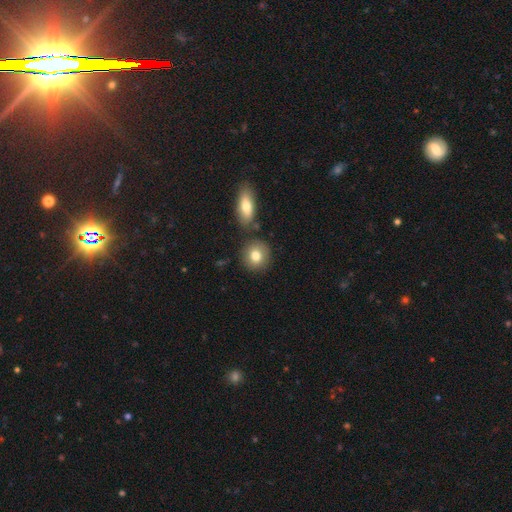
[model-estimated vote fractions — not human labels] smooth 80%, featured or disk 12%, star or artifact 9%. Down the decision tree: how rounded — round (84%); merging — none (78%).